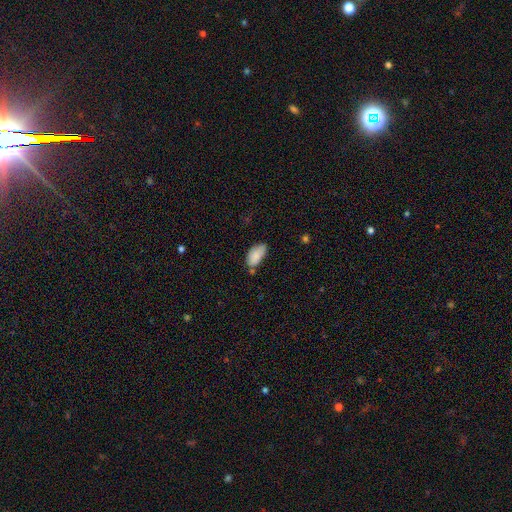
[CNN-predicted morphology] Smooth or featured? smooth (85%)
How rounded? in between (94%)
Merging? none (60%)